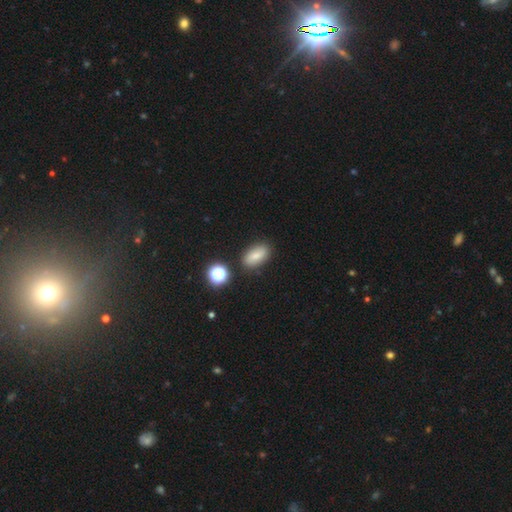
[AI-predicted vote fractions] Overall: smooth (79%). How rounded: in between (87%). Merging: none (83%).